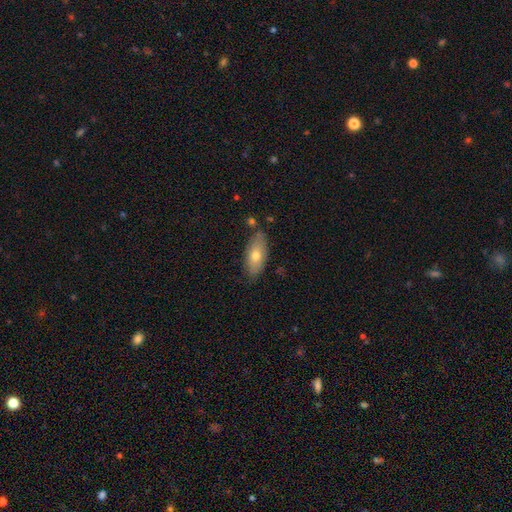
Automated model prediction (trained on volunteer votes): This appears to be a smooth galaxy with no disk features (69%) that is in between round and cigar-shaped (85%). Merging: none (77%).